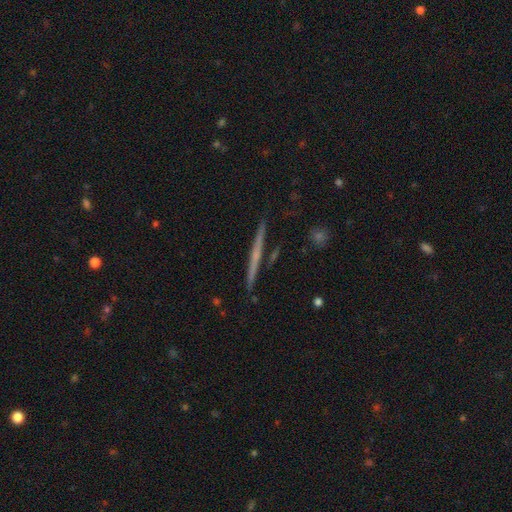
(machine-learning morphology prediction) A featured or disk galaxy (62%) viewed edge-on (98%) with no central bulge (78%).

Vote fractions:
- Smooth or featured? featured or disk: 62% / smooth: 32% / star or artifact: 6%
- Edge-on disk? yes: 98% / no: 2%
- Edge-on bulge? none: 78% / rounded: 17% / boxy: 5%
- Merging? none: 91% / minor disturbance: 6% / merger: 2% / major disturbance: 1%